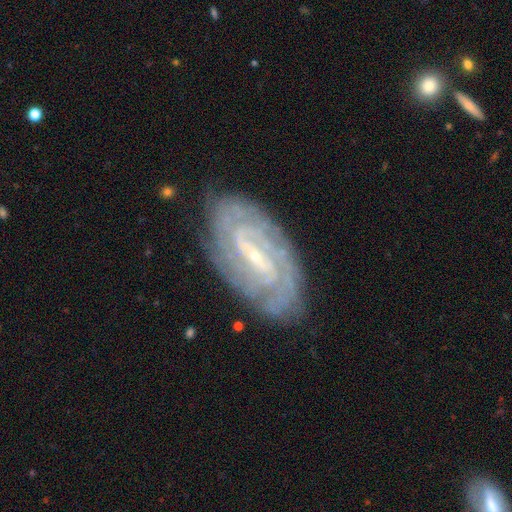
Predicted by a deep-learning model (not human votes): Q: Smooth or featured?
A: featured or disk (87%); runner-up: smooth (7%)
Q: Edge-on disk?
A: no (95%); runner-up: yes (5%)
Q: Bar?
A: strong (44%); runner-up: weak (42%)
Q: Spiral arms?
A: yes (96%); runner-up: no (4%)
Q: Spiral winding?
A: tight (71%); runner-up: medium (24%)
Q: Spiral arm count?
A: can't tell (32%); runner-up: 2 (26%)
Q: Bulge size?
A: small (79%); runner-up: moderate (17%)
Q: Merging?
A: none (81%); runner-up: minor disturbance (14%)